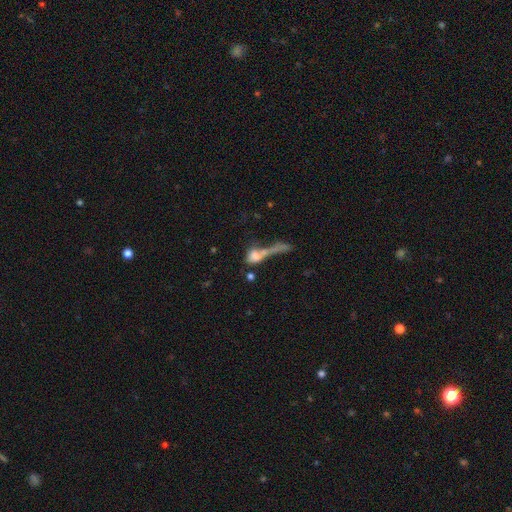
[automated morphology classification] Overall: smooth (63%; featured or disk 25%). How rounded: in between (40%; round 37%). Merging: merger (44%; major disturbance 24%).